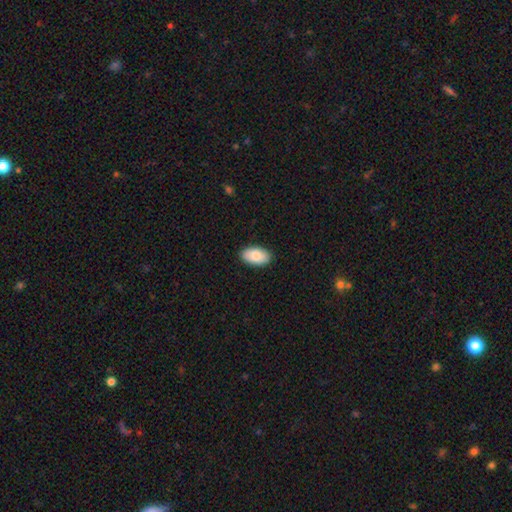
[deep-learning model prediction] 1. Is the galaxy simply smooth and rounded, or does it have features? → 84% smooth, 10% featured or disk, 6% star or artifact.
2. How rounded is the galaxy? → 95% in between, 4% round, 1% cigar-shaped.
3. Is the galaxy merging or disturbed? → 89% none, 8% minor disturbance, 2% major disturbance, 1% merger.